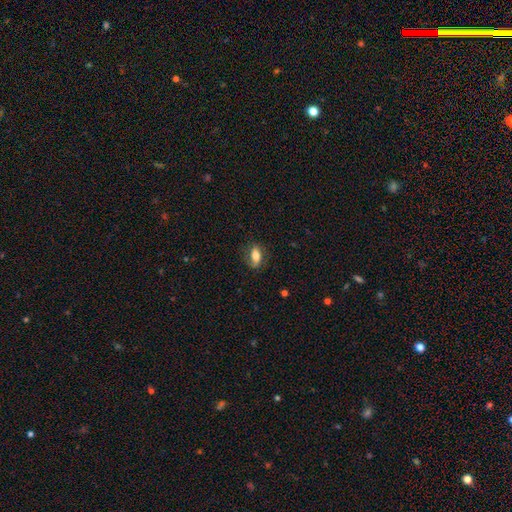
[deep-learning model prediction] The model was most divided on "smooth or featured": smooth: 63%, featured or disk: 30%, star or artifact: 8%. More confident: how rounded — in between (81%); merging — none (73%).